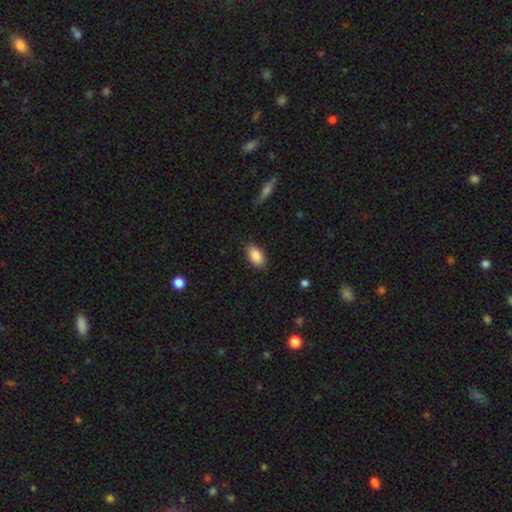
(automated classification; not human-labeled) Q: Smooth or featured?
A: smooth (88%); runner-up: star or artifact (7%)
Q: How rounded?
A: in between (93%); runner-up: round (5%)
Q: Merging?
A: none (83%); runner-up: minor disturbance (13%)